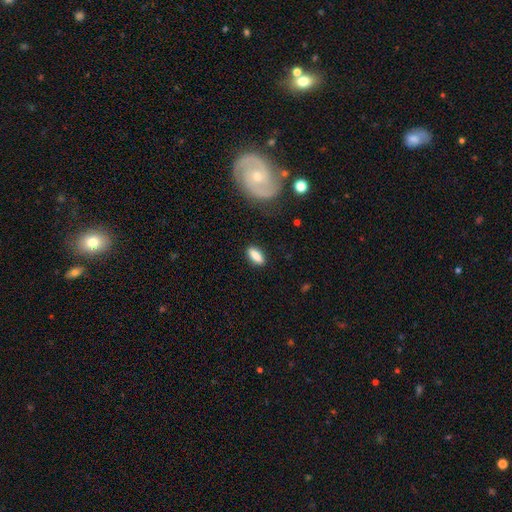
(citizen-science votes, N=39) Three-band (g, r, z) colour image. It shows a smooth galaxy with no disk features (90%) that is in between round and cigar-shaped (66%). Merging: none (89%).